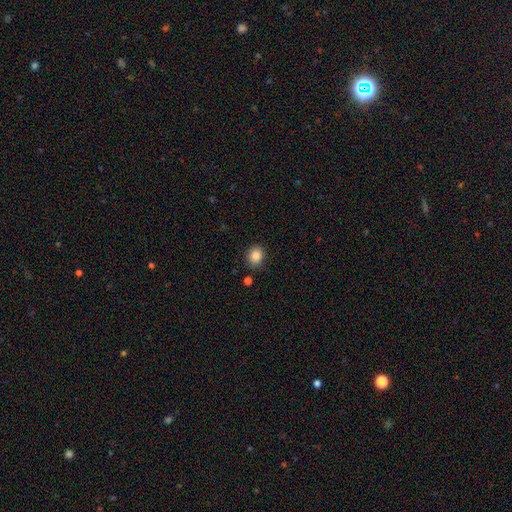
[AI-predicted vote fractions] This appears to be a smooth galaxy with no disk features (86%) that is round (73%). Merging: none (87%).